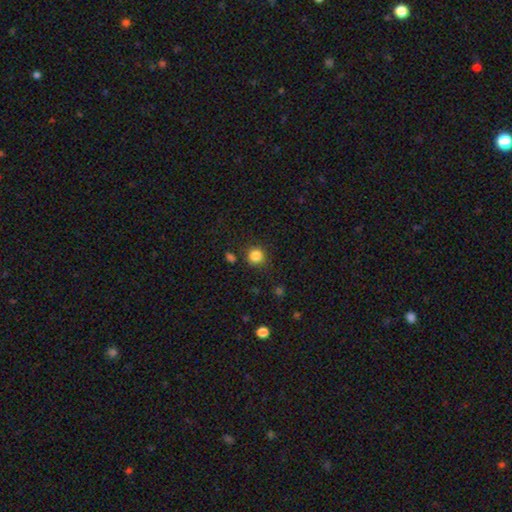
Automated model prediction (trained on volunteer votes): Smooth or featured? smooth (85%)
How rounded? round (92%)
Merging? none (85%)